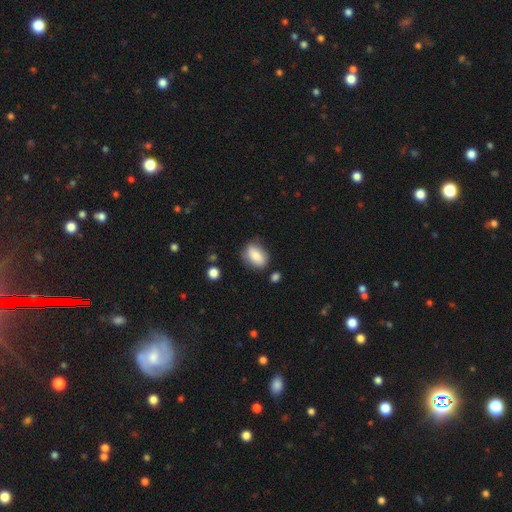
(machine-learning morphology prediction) type=smooth (79%); roundness=in between (80%); merging=none (71%).